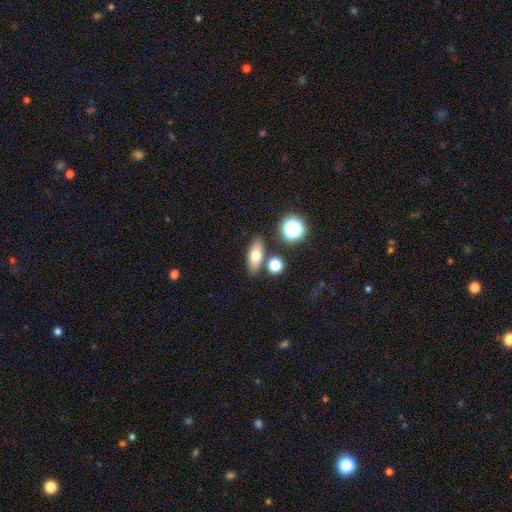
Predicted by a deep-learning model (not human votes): Q: Smooth or featured?
A: smooth (68%); runner-up: featured or disk (21%)
Q: How rounded?
A: in between (67%); runner-up: cigar-shaped (20%)
Q: Merging?
A: none (78%); runner-up: minor disturbance (10%)